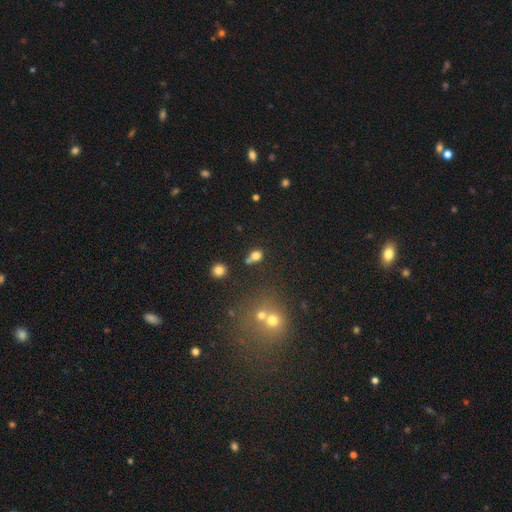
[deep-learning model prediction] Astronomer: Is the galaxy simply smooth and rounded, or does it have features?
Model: smooth — 72%.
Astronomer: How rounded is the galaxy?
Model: in between — 60% (runner-up: round, 35%).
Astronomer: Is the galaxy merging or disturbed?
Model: none — 47% (runner-up: merger, 22%).